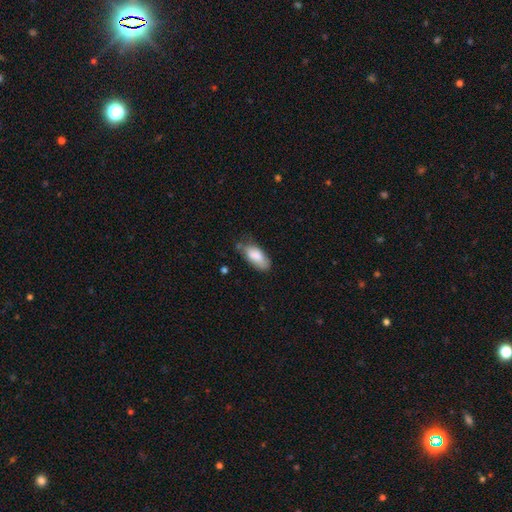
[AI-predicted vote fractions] Smooth or featured: smooth — 82% (featured or disk — 12%)
How rounded: in between — 86% (cigar-shaped — 12%)
Merging: none — 54% (minor disturbance — 33%)